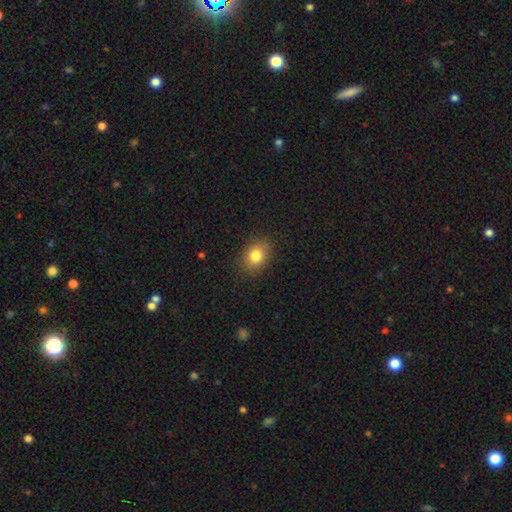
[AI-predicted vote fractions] This is clearly a smooth galaxy (82%). How rounded: possibly in between (59%). Merging: clearly none (86%).